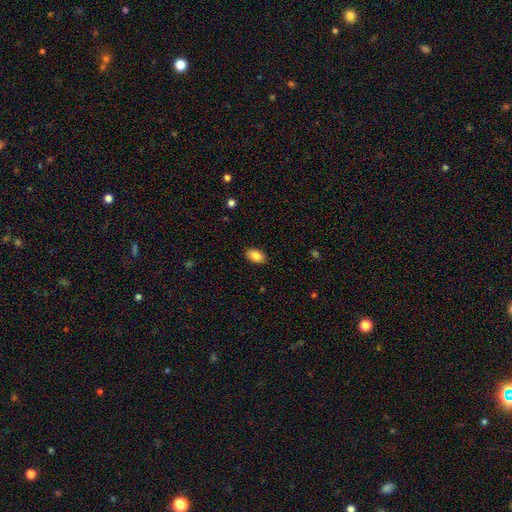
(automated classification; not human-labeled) Smooth or featured? Predicted: smooth (p=0.86). How rounded? Predicted: in between (p=0.92). Merging? Predicted: none (p=0.88).